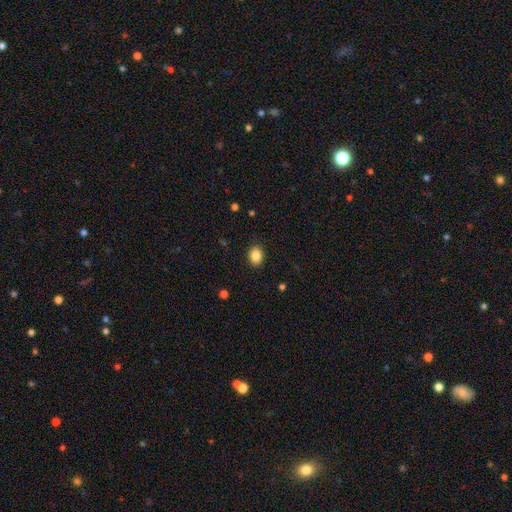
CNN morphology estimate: A smooth galaxy with no disk features (85%) that is in between round and cigar-shaped (58%).

Vote fractions:
- Smooth or featured? smooth: 85% / star or artifact: 9% / featured or disk: 5%
- How rounded? in between: 58% / round: 41% / cigar-shaped: 1%
- Merging? none: 89% / minor disturbance: 8% / major disturbance: 2% / merger: 1%